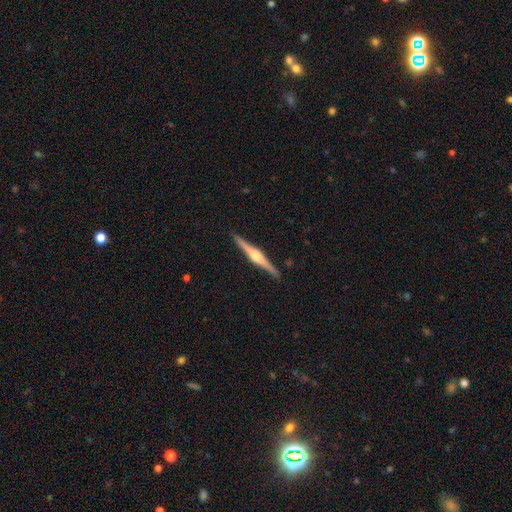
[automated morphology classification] type=featured or disk (81%); edge-on=yes (99%); edge-on bulge=rounded (91%); merging=none (91%).